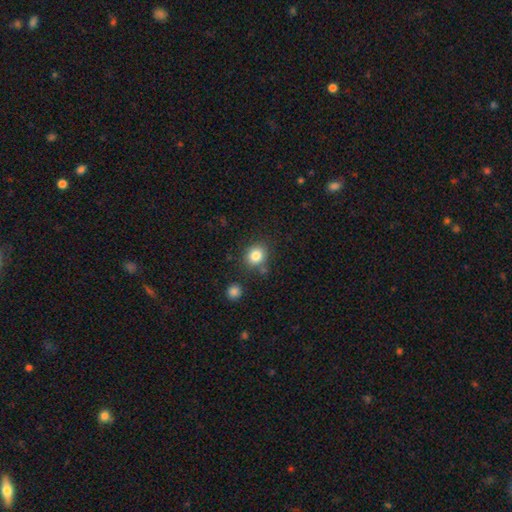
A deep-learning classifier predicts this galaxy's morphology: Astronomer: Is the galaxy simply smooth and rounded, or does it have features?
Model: smooth — 84%.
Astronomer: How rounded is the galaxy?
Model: round — 77%.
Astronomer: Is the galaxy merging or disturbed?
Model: none — 78%.